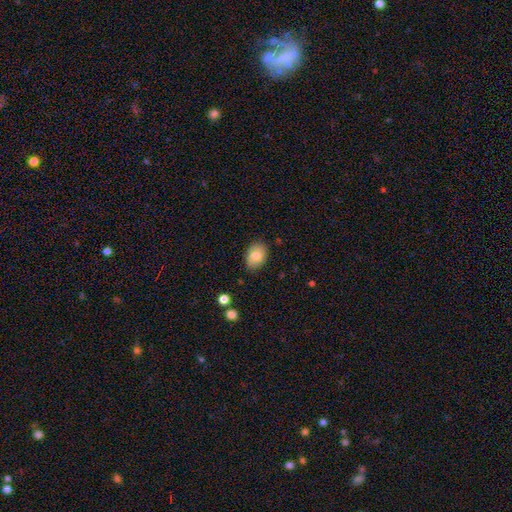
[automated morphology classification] Overall: smooth (81%). How rounded: in between (80%). Merging: none (82%).